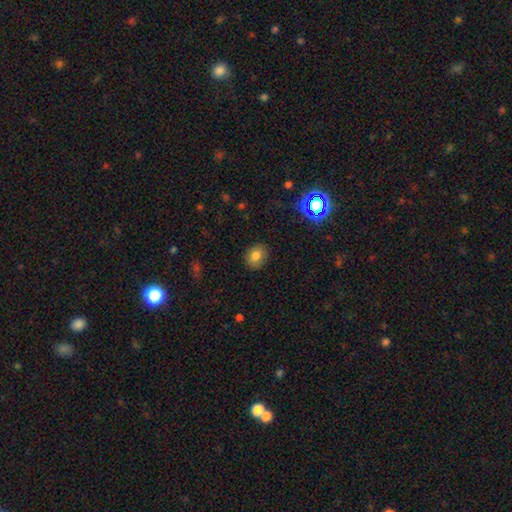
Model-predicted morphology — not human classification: Smooth or featured: smooth — 79% (star or artifact — 12%)
How rounded: round — 58% (in between — 41%)
Merging: none — 87% (minor disturbance — 9%)